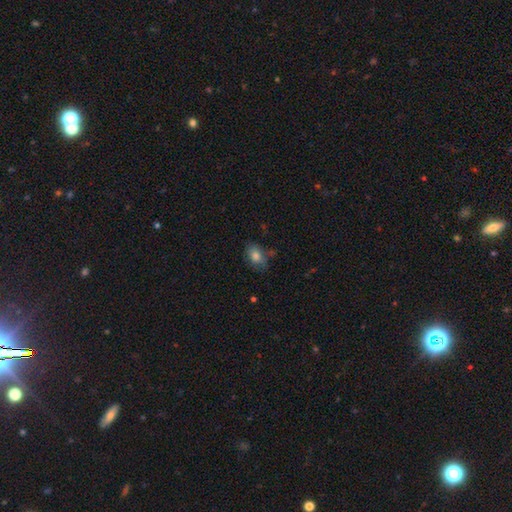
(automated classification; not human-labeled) This appears to be a smooth galaxy with no disk features (81%) that is in between round and cigar-shaped (79%). Merging: none (66%).